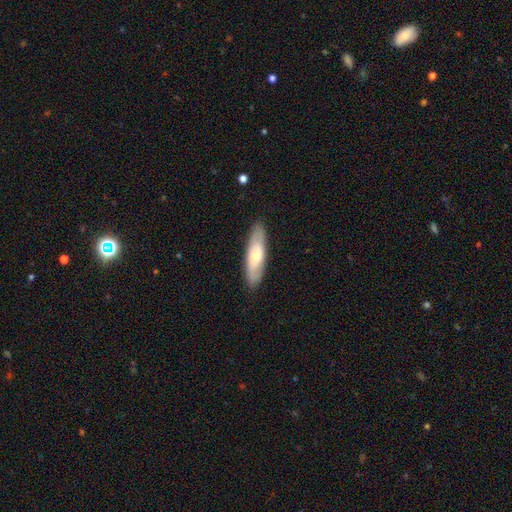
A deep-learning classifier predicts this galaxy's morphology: smooth_or_featured: smooth (p=0.58) [alt: featured or disk p=0.37]
how_rounded: cigar-shaped (p=0.57) [alt: in between p=0.41]
merging: none (p=0.87) [alt: minor disturbance p=0.10]